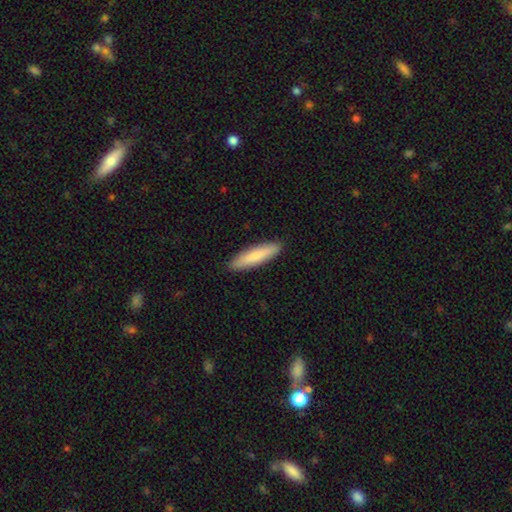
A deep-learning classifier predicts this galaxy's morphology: Smooth or featured?
  - smooth: 77% *
  - featured or disk: 18%
  - star or artifact: 5%
How rounded?
  - cigar-shaped: 80% *
  - in between: 19%
  - round: 1%
Merging?
  - none: 91% *
  - minor disturbance: 7%
  - major disturbance: 1%
  - merger: 1%